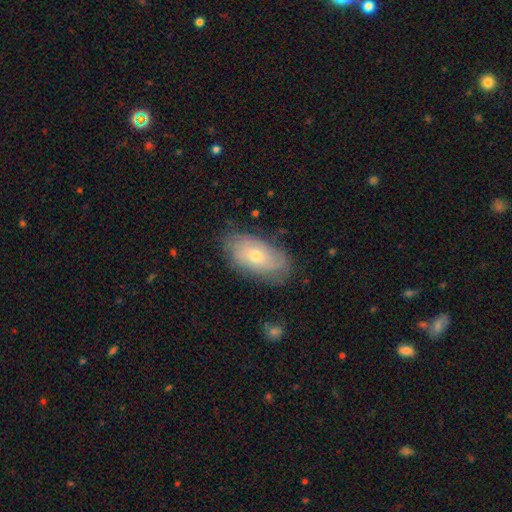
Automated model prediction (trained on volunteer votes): smooth_or_featured: smooth (p=0.52) [alt: featured or disk p=0.41]
how_rounded: in between (p=0.92) [alt: round p=0.05]
merging: none (p=0.73) [alt: minor disturbance p=0.21]